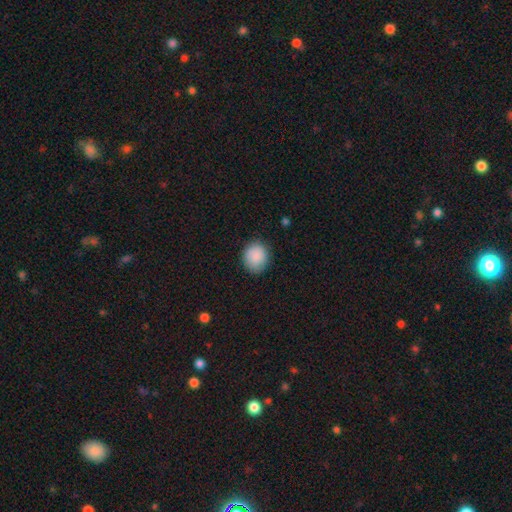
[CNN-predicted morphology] Q: Smooth or featured?
A: smooth (88%); runner-up: star or artifact (7%)
Q: How rounded?
A: round (69%); runner-up: in between (30%)
Q: Merging?
A: none (85%); runner-up: minor disturbance (11%)